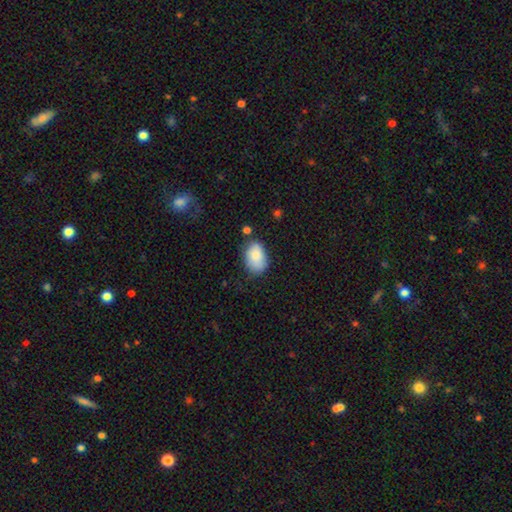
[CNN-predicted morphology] Smooth or featured?
  - smooth: 82% *
  - featured or disk: 11%
  - star or artifact: 7%
How rounded?
  - in between: 86% *
  - round: 12%
  - cigar-shaped: 1%
Merging?
  - none: 63% *
  - minor disturbance: 27%
  - major disturbance: 6%
  - merger: 4%